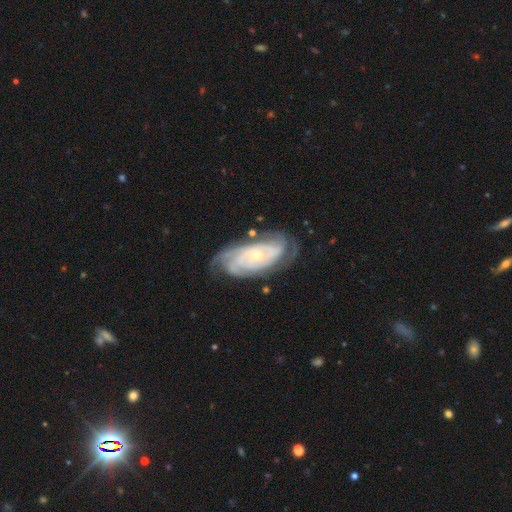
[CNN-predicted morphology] This is clearly a featured or disk galaxy (87%). It is clearly not viewed edge-on (94%). Bar: likely no (74%). Spiral arm pattern: clearly yes (97%). Spiral arm count: marginally can't tell (26%). Spiral winding: likely tight (75%). Central bulge: likely small (71%). Merging: likely none (71%).